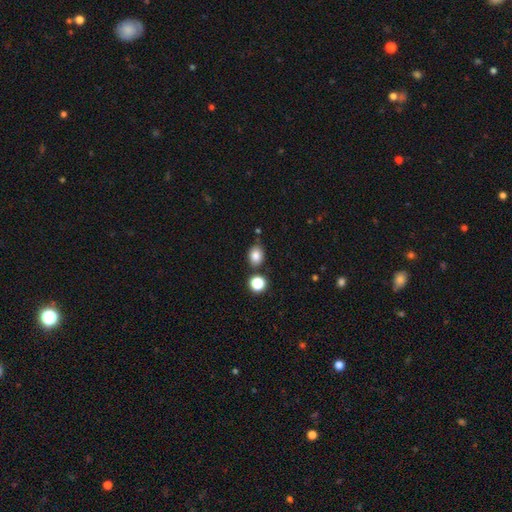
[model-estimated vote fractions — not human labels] Smooth or featured? Predicted: smooth (p=0.83). How rounded? Predicted: in between (p=0.59). Merging? Predicted: none (p=0.74).